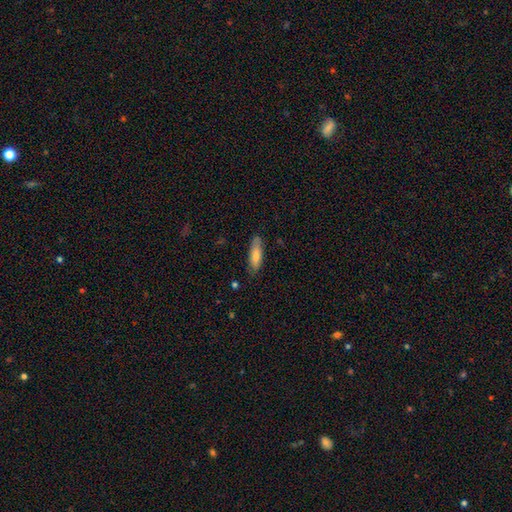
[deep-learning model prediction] Smooth or featured? smooth (73%)
How rounded? in between (52%)
Merging? none (80%)